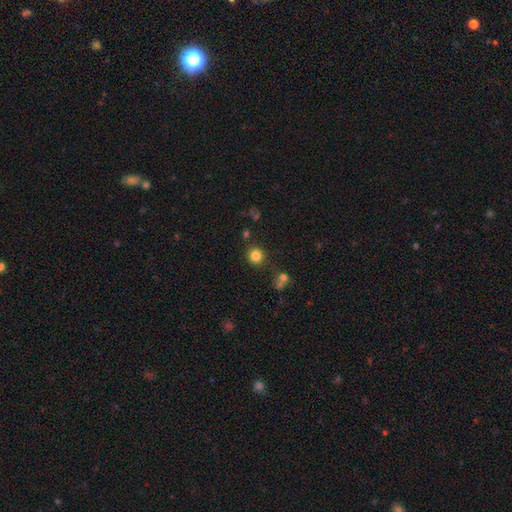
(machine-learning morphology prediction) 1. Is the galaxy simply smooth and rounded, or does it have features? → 82% smooth, 13% star or artifact, 5% featured or disk.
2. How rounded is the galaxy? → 91% round, 8% in between, 1% cigar-shaped.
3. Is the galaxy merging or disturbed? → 86% none, 7% minor disturbance, 4% merger, 3% major disturbance.